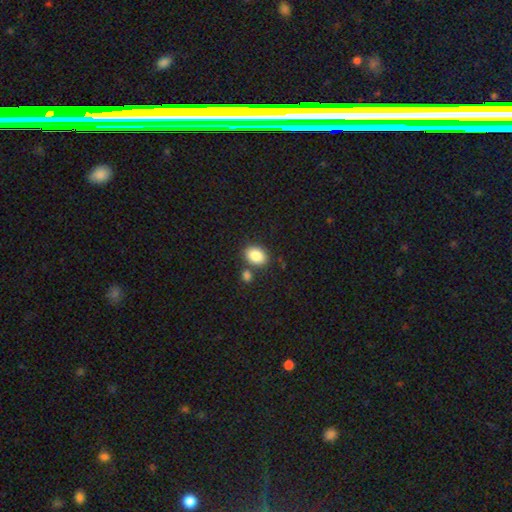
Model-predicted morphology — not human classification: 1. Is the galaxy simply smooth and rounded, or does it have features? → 86% smooth, 8% star or artifact, 6% featured or disk.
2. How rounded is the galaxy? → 72% in between, 27% round, 1% cigar-shaped.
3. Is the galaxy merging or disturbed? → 73% none, 13% merger, 11% minor disturbance, 3% major disturbance.